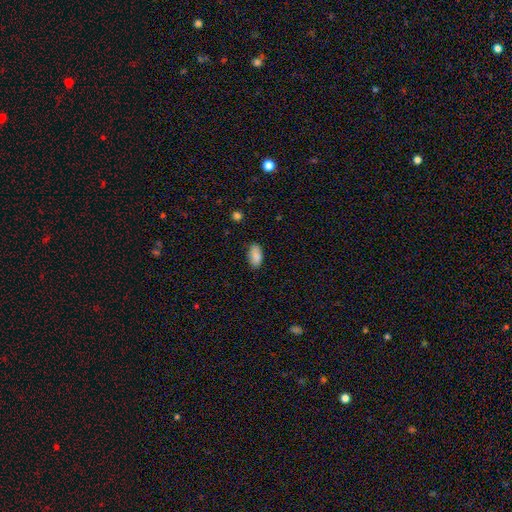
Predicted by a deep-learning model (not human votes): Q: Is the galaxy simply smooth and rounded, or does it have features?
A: smooth — 87%.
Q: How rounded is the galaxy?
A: in between — 93%.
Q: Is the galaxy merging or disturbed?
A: none — 82%.